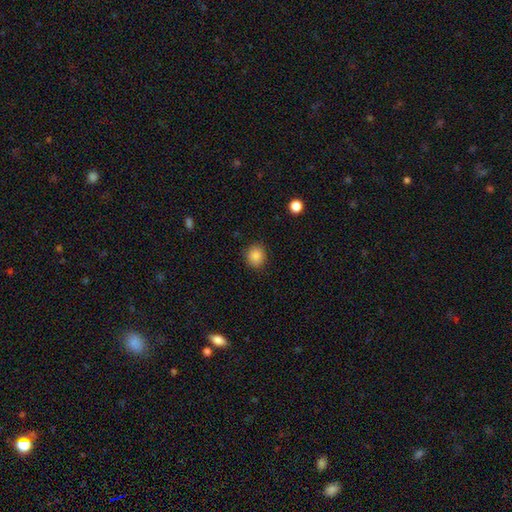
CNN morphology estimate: A smooth galaxy with no disk features (85%) that is round (83%). Merging: none (88%).